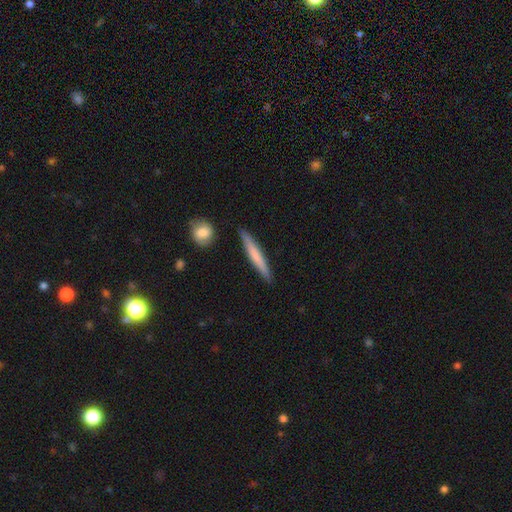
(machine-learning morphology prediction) Smooth or featured? smooth (65%)
How rounded? cigar-shaped (95%)
Merging? none (88%)